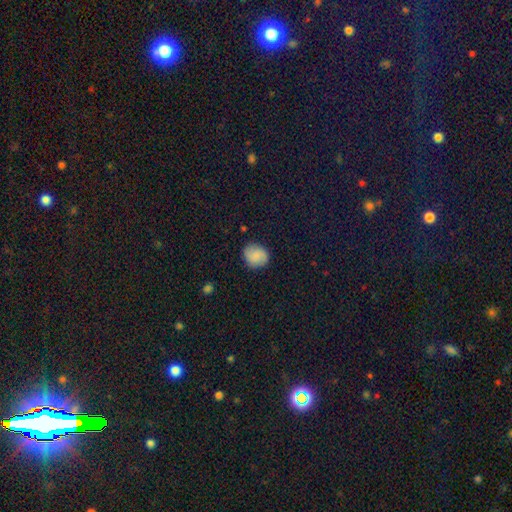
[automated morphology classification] type=smooth (74%); roundness=round (72%); merging=none (84%).